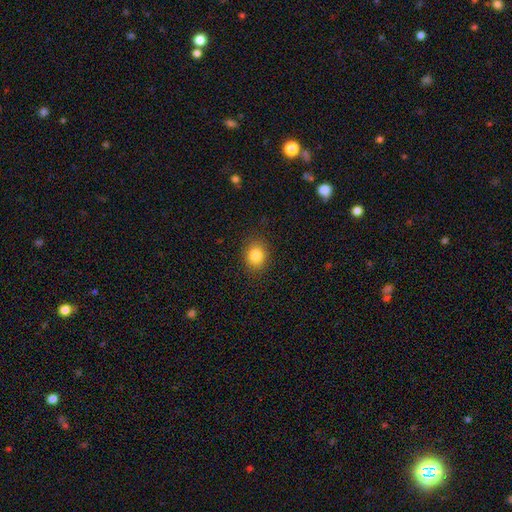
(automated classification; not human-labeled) smooth-or-featured: smooth: 84% | star or artifact: 10% | featured or disk: 6%
  how-rounded: round: 67% | in between: 32% | cigar-shaped: 1%
  merging: none: 88% | minor disturbance: 9% | major disturbance: 3% | merger: 1%